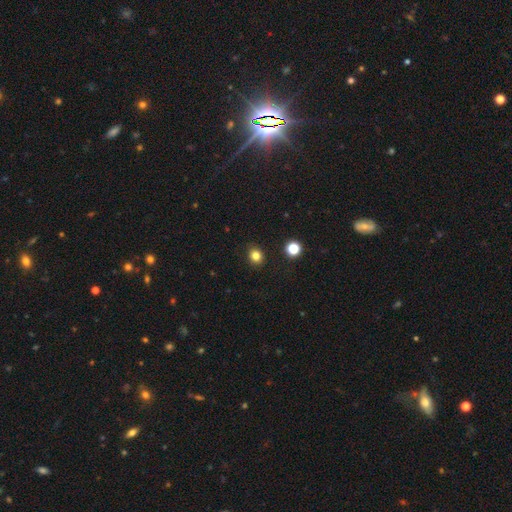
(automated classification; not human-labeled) The model was most divided on "how rounded": round: 74%, in between: 25%, cigar-shaped: 1%. More confident: merging — none (91%); smooth or featured — smooth (81%).